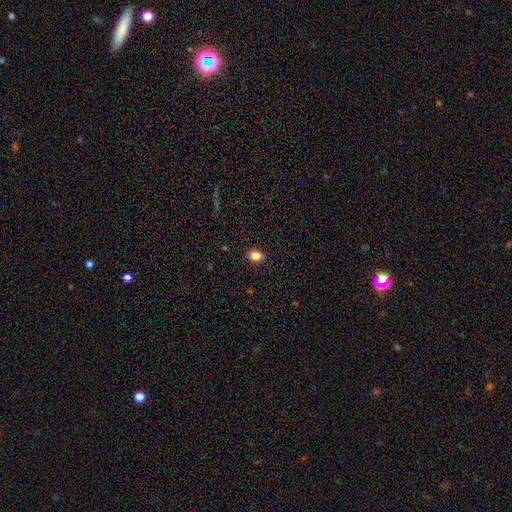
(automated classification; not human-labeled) Smooth or featured? Predicted: smooth (p=0.86). How rounded? Predicted: in between (p=0.76). Merging? Predicted: none (p=0.89).